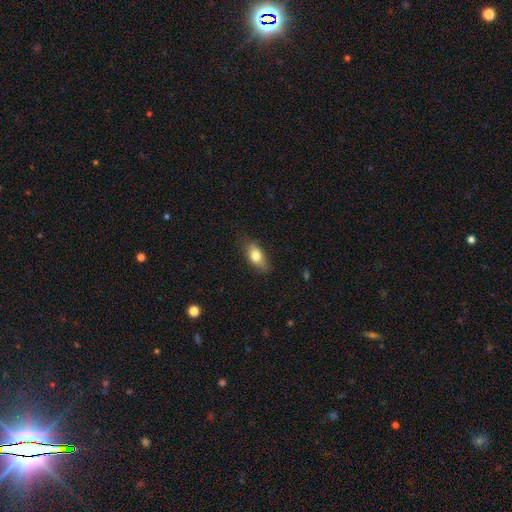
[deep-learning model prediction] Morphology: type=smooth (77%); roundness=in between (84%); merging=none (76%).